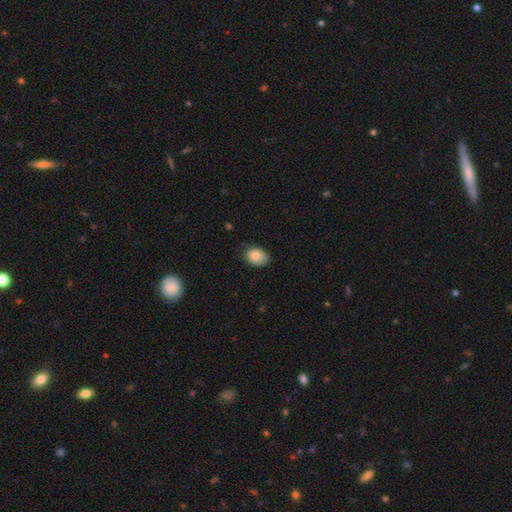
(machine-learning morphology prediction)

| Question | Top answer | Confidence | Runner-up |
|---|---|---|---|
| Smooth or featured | smooth | 85% | star or artifact (8%) |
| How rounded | in between | 69% | round (30%) |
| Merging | none | 71% | minor disturbance (24%) |